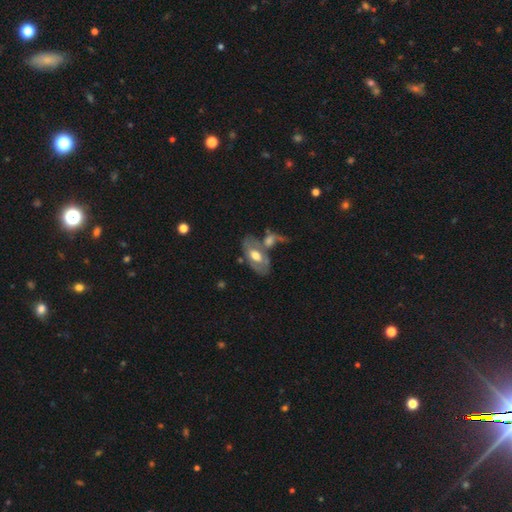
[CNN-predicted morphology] A featured or disk galaxy (54%). Merging: none (41%).